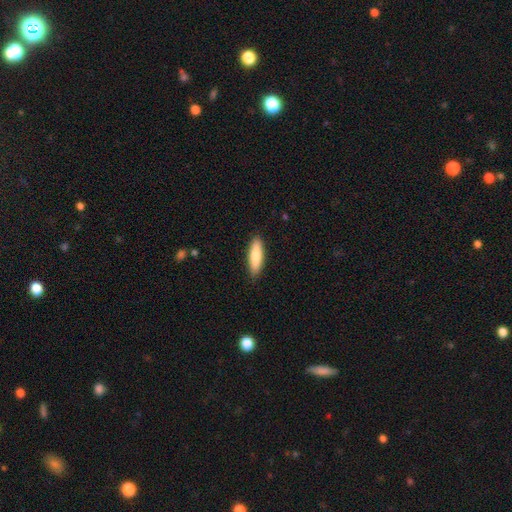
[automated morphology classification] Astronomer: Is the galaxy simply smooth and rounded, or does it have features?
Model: smooth — 80%.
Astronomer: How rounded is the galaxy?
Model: cigar-shaped — 57% (runner-up: in between, 42%).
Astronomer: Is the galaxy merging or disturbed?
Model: none — 89%.